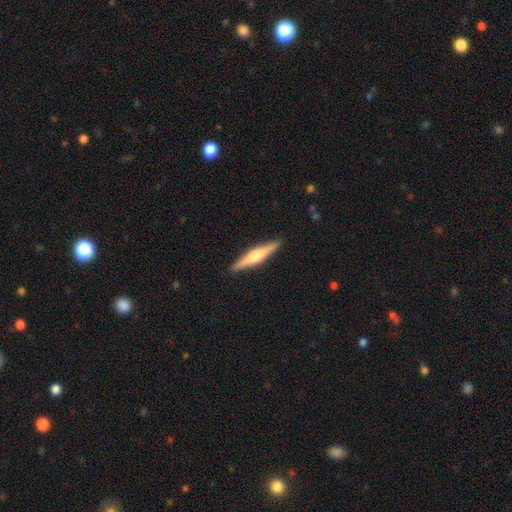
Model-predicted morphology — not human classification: Q: Smooth or featured?
A: featured or disk (57%); runner-up: smooth (37%)
Q: Edge-on disk?
A: yes (97%); runner-up: no (3%)
Q: Edge-on bulge?
A: rounded (79%); runner-up: boxy (13%)
Q: Merging?
A: none (91%); runner-up: minor disturbance (7%)